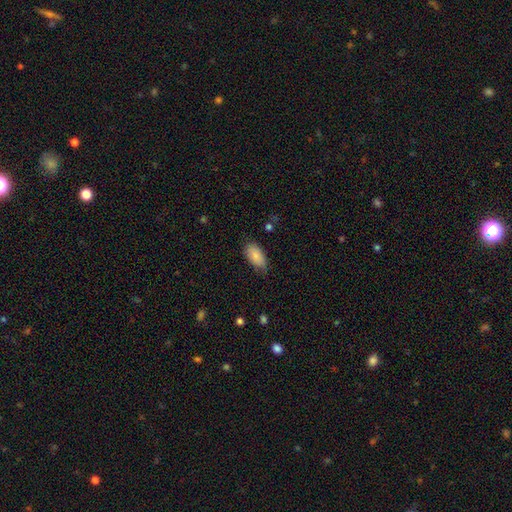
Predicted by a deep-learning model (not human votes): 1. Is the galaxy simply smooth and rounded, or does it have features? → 86% smooth, 7% featured or disk, 7% star or artifact.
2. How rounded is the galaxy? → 94% in between, 3% cigar-shaped, 3% round.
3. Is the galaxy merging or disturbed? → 70% none, 24% minor disturbance, 4% major disturbance, 1% merger.